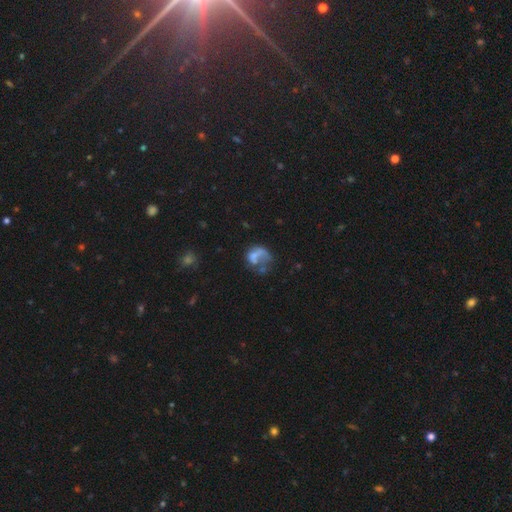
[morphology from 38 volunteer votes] smooth 55%, featured or disk 39%, star or artifact 5%. Down the decision tree: how rounded — in between (52%); merging — major disturbance (64%).